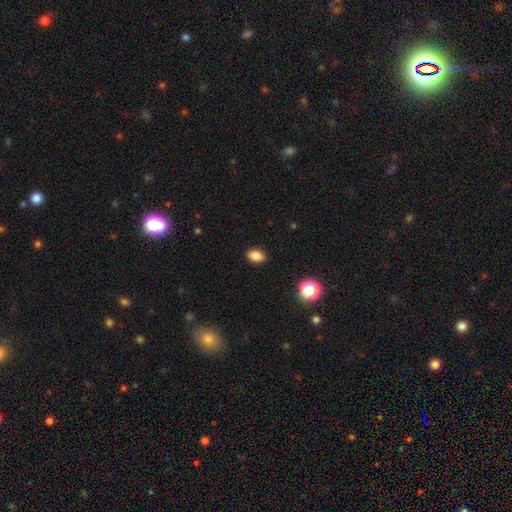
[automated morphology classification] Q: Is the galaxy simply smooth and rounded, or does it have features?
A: smooth — 85%.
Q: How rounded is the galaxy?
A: in between — 81%.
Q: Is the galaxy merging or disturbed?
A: none — 90%.